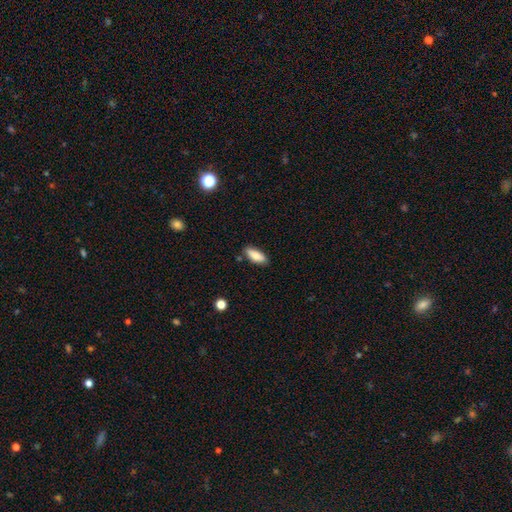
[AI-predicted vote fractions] A smooth galaxy with no disk features (84%) that is in between round and cigar-shaped (75%). Merging: none (82%).